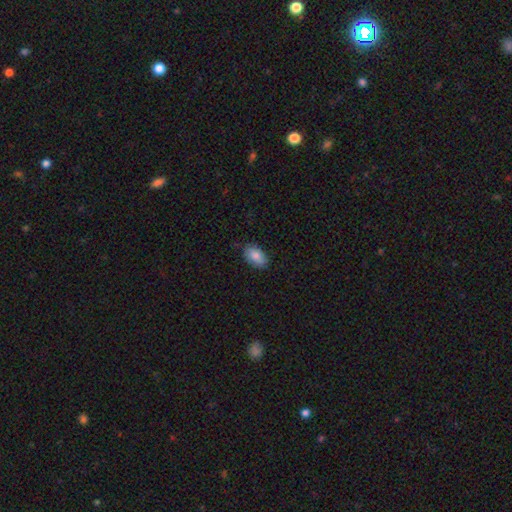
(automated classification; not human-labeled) This appears to be a smooth galaxy with no disk features (85%) that is in between round and cigar-shaped (91%). Merging: none (80%).